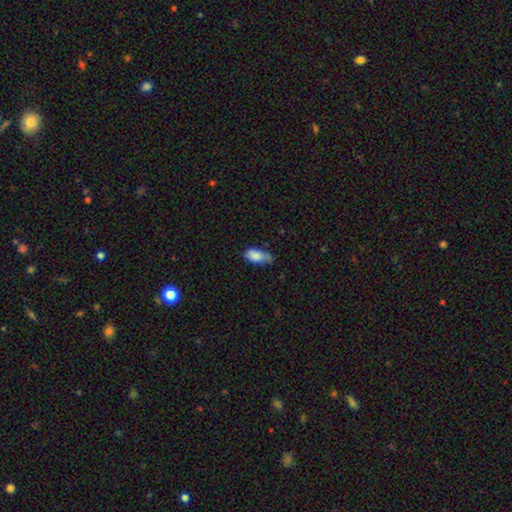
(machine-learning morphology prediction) Smooth or featured?
  - smooth: 83% *
  - featured or disk: 10%
  - star or artifact: 7%
How rounded?
  - in between: 88% *
  - cigar-shaped: 9%
  - round: 3%
Merging?
  - none: 46% *
  - minor disturbance: 40%
  - major disturbance: 9%
  - merger: 5%